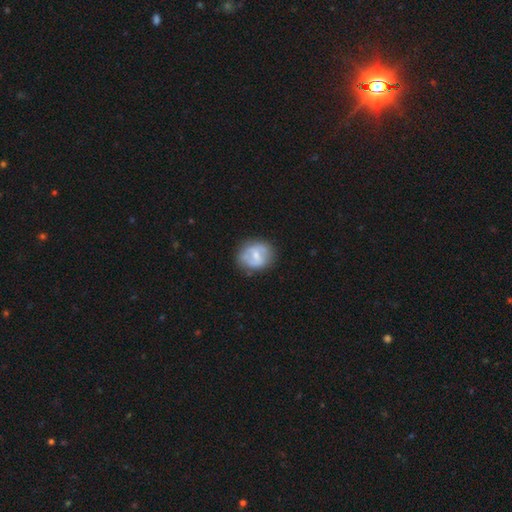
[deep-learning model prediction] Smooth or featured? featured or disk (49%)
Merging? none (73%)